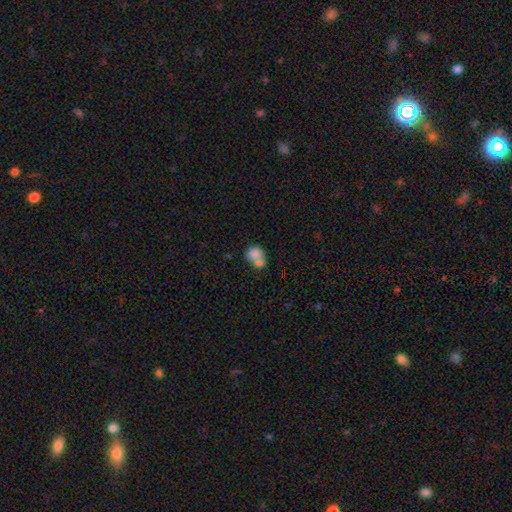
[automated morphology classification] type=smooth (78%); roundness=round (61%); merging=merger (61%).